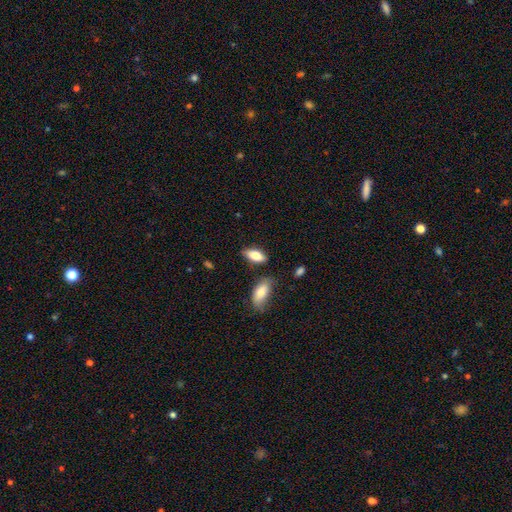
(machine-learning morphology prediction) A smooth galaxy with no disk features (78%) that is in between round and cigar-shaped (82%).

Vote fractions:
- Smooth or featured? smooth: 78% / featured or disk: 15% / star or artifact: 7%
- How rounded? in between: 82% / cigar-shaped: 15% / round: 3%
- Merging? none: 73% / minor disturbance: 16% / merger: 7% / major disturbance: 4%